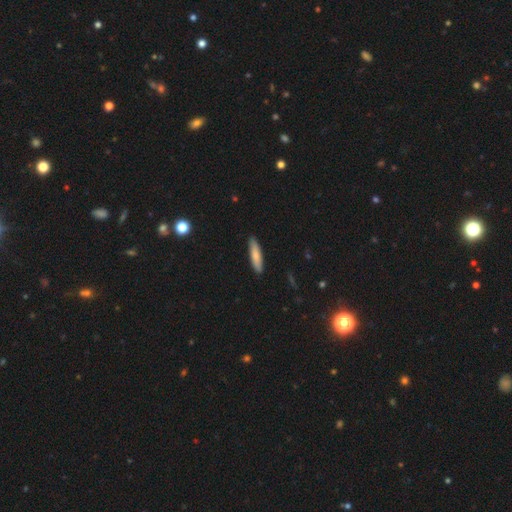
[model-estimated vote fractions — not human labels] Q: Smooth or featured?
A: smooth (80%); runner-up: featured or disk (14%)
Q: How rounded?
A: cigar-shaped (79%); runner-up: in between (20%)
Q: Merging?
A: none (90%); runner-up: minor disturbance (8%)